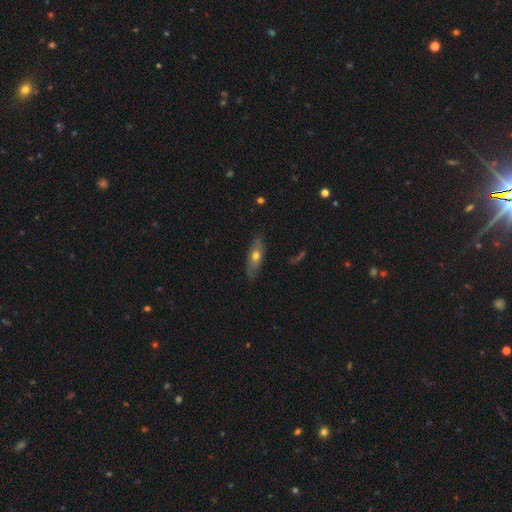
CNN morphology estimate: Q: Smooth or featured?
A: smooth (52%); runner-up: featured or disk (41%)
Q: How rounded?
A: in between (66%); runner-up: cigar-shaped (29%)
Q: Merging?
A: none (77%); runner-up: minor disturbance (18%)